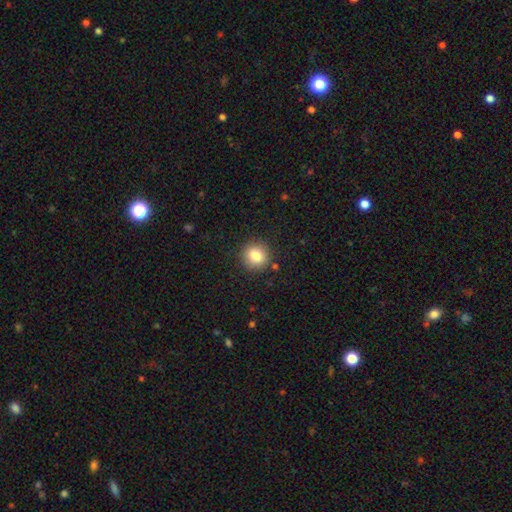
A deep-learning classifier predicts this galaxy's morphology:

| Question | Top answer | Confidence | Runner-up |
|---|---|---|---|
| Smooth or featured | smooth | 83% | star or artifact (10%) |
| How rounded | round | 87% | in between (12%) |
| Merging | none | 88% | minor disturbance (8%) |